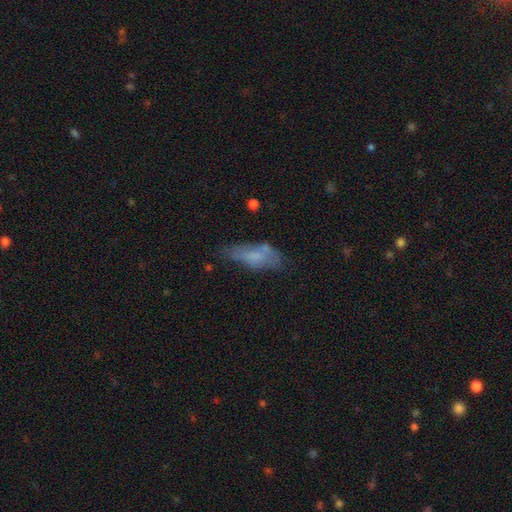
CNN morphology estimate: This appears to be a smooth galaxy with no disk features (60%) that is in between round and cigar-shaped (62%). Merging: none (43%).